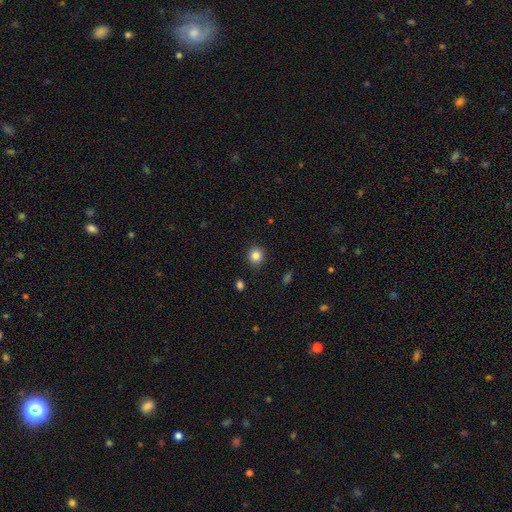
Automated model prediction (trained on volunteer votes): smooth-or-featured: smooth: 85% | star or artifact: 11% | featured or disk: 5%
  how-rounded: round: 90% | in between: 9% | cigar-shaped: 1%
  merging: none: 91% | minor disturbance: 6% | major disturbance: 2% | merger: 1%